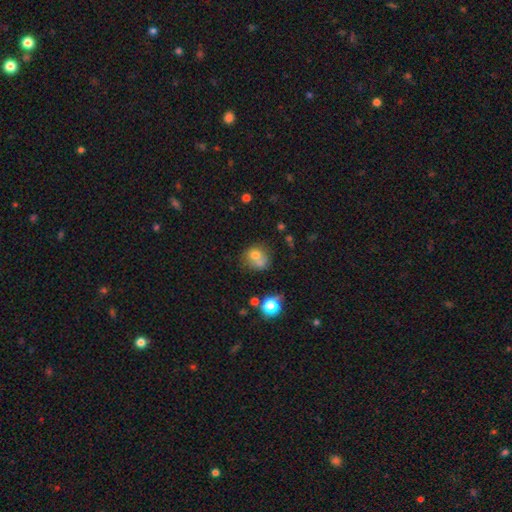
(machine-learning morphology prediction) type=smooth (70%); roundness=round (71%); merging=merger (41%).